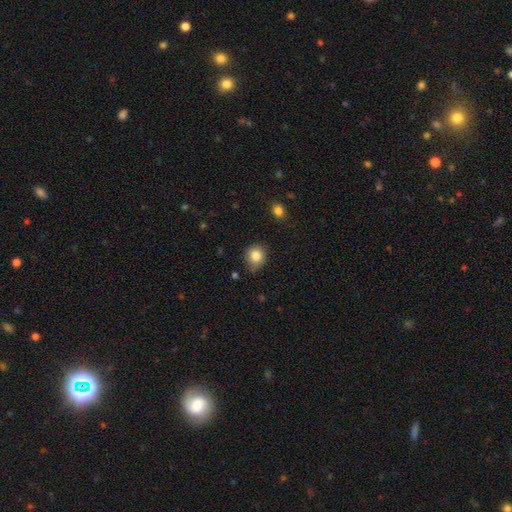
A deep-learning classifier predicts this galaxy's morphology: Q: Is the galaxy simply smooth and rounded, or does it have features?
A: smooth — 85%.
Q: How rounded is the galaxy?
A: round — 81%.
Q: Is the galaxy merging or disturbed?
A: none — 72%.